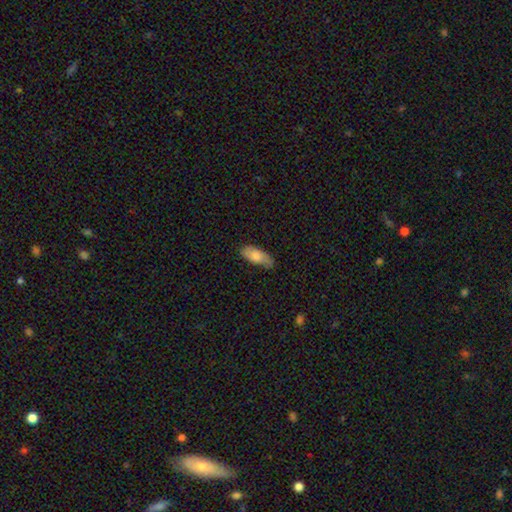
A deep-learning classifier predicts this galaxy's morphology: This is likely a smooth galaxy (77%). How rounded: clearly in between (83%). Merging: likely none (71%).